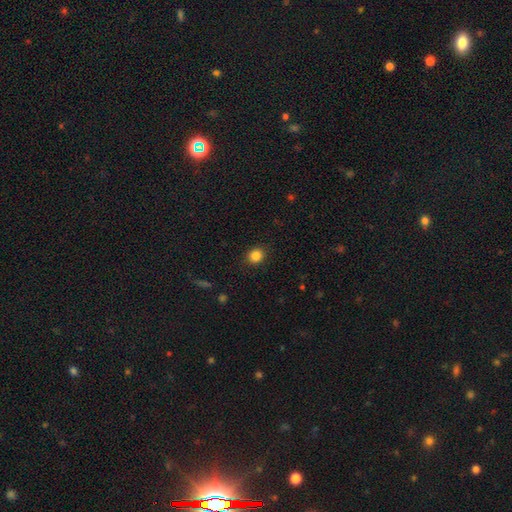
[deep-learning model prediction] Smooth or featured?
  - smooth: 85% *
  - star or artifact: 11%
  - featured or disk: 4%
How rounded?
  - round: 77% *
  - in between: 22%
  - cigar-shaped: 1%
Merging?
  - none: 89% *
  - minor disturbance: 7%
  - major disturbance: 2%
  - merger: 1%